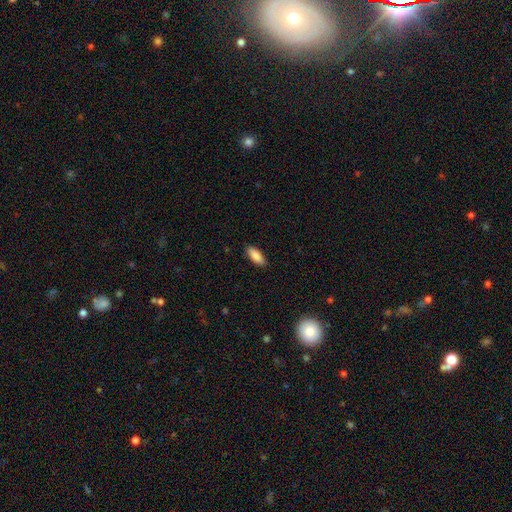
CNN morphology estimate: smooth_or_featured: smooth (p=0.88) [alt: star or artifact p=0.06]
how_rounded: in between (p=0.76) [alt: cigar-shaped p=0.22]
merging: none (p=0.88) [alt: minor disturbance p=0.09]